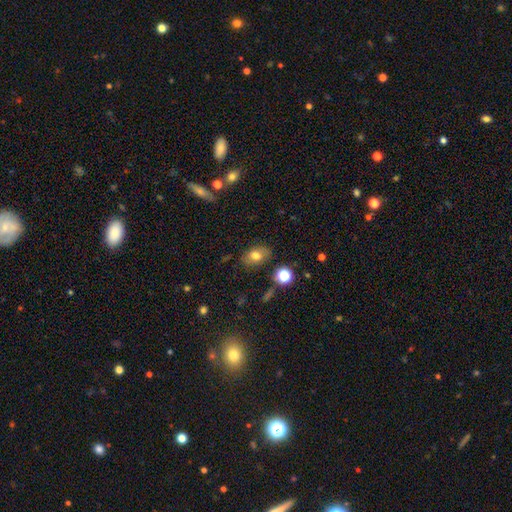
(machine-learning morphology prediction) Smooth or featured: smooth — 73% (featured or disk — 16%)
How rounded: in between — 82% (round — 16%)
Merging: none — 81% (minor disturbance — 13%)